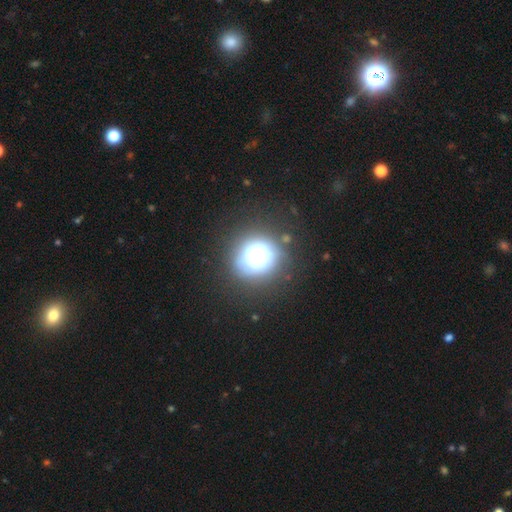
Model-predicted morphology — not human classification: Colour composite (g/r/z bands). It shows a smooth galaxy with no disk features (53%) that is round (88%). Merging: none (72%).